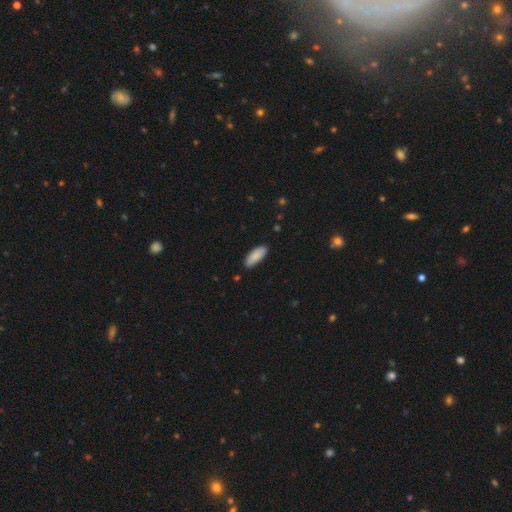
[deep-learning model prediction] A smooth galaxy with no disk features (88%) that is in between round and cigar-shaped (75%). Merging: none (87%).